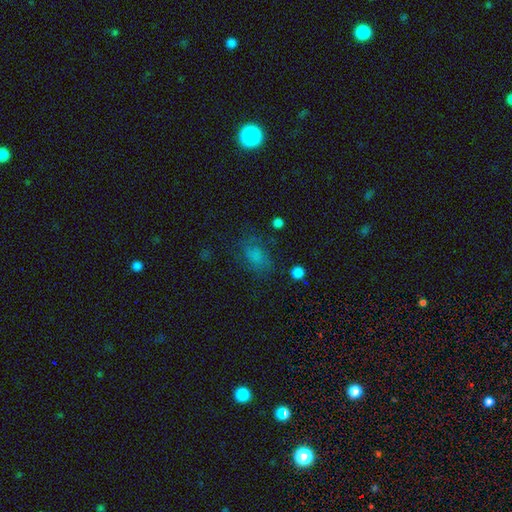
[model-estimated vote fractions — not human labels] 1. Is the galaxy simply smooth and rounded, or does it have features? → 71% smooth, 16% star or artifact, 13% featured or disk.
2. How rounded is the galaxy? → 77% in between, 21% round, 2% cigar-shaped.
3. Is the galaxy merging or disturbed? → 61% none, 22% minor disturbance, 14% major disturbance, 3% merger.